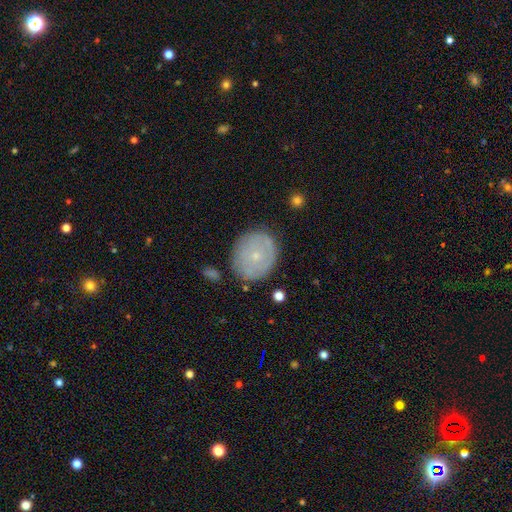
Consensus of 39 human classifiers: Smooth or featured? 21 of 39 (54%) said featured or disk. Edge-on disk? 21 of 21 (100%) said no. Bar? 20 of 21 (95%) said no. Spiral arms? 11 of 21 (52%) said no. Bulge size? 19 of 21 (90%) said small. Merging? 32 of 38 (84%) said none.